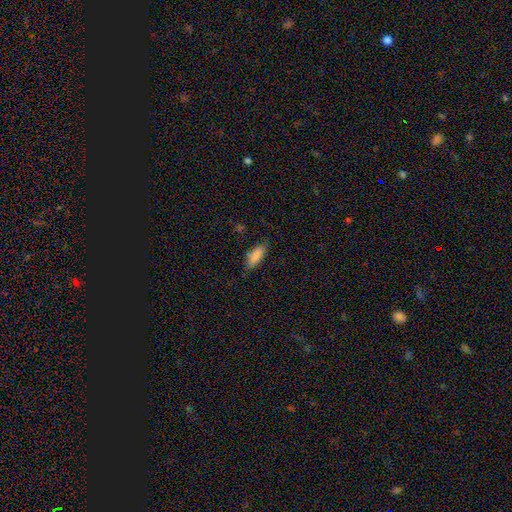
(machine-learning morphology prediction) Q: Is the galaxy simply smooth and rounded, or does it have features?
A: smooth — 86%.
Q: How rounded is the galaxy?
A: in between — 69%.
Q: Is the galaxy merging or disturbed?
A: none — 77%.